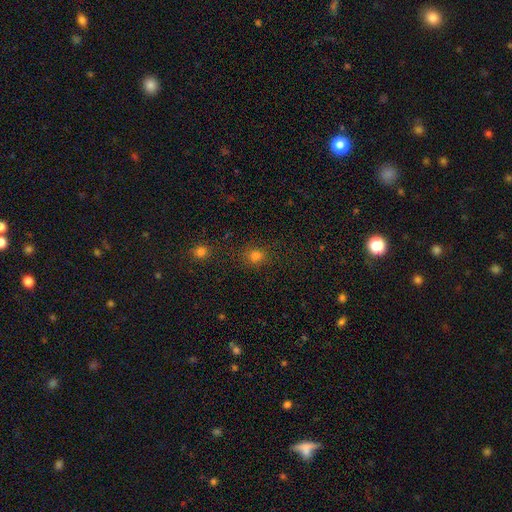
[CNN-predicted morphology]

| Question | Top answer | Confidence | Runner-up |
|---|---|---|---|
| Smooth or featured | smooth | 76% | star or artifact (19%) |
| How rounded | round | 82% | in between (17%) |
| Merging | none | 86% | minor disturbance (9%) |